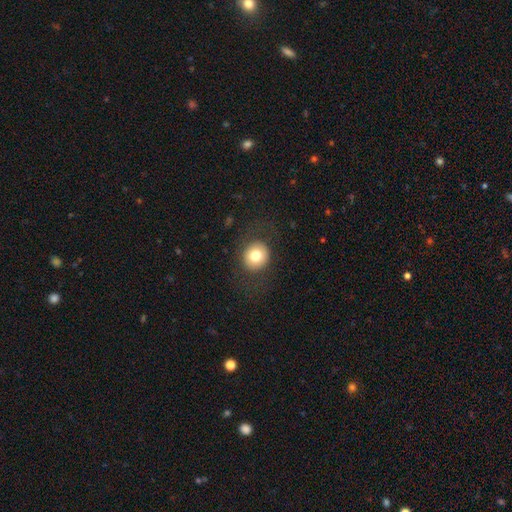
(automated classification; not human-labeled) The model was most divided on "smooth or featured": smooth: 74%, featured or disk: 17%, star or artifact: 9%. More confident: merging — none (82%); how rounded — round (82%).